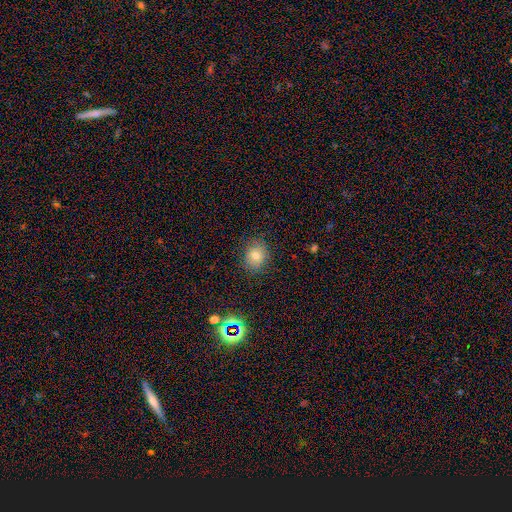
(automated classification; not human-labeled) A smooth galaxy with no disk features (70%) that is round (70%). Merging: none (84%).